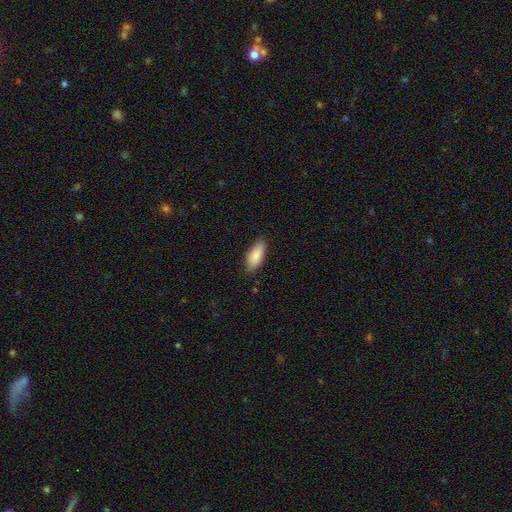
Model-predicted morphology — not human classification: This appears to be a smooth galaxy with no disk features (87%) that is in between round and cigar-shaped (82%). Merging: none (84%).